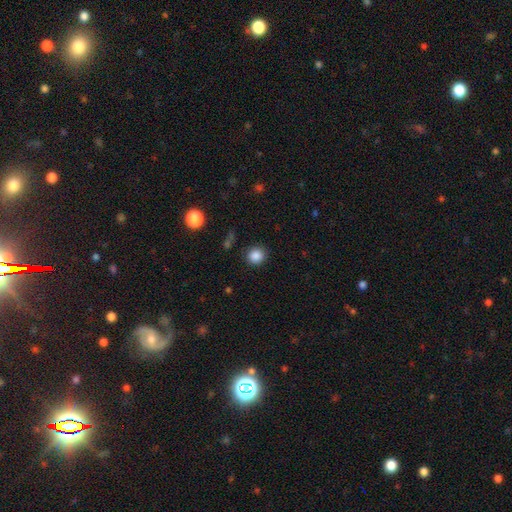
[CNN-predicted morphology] This is clearly a smooth galaxy (86%). How rounded: clearly round (89%). Merging: clearly none (89%).